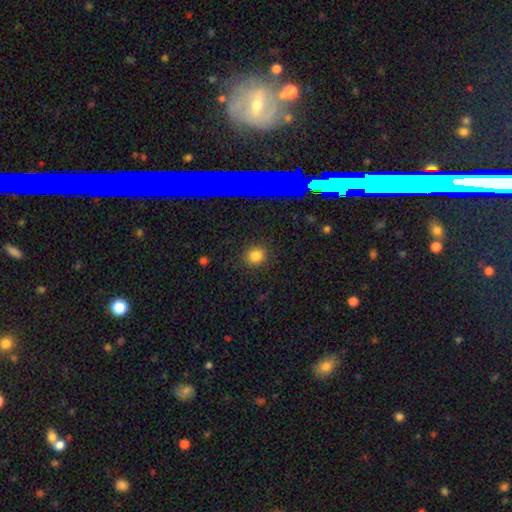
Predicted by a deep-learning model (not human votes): This appears to be a smooth galaxy with no disk features (79%) that is round (89%). Merging: none (90%).